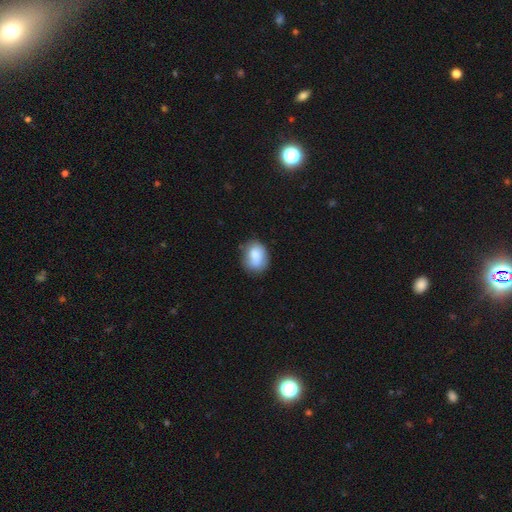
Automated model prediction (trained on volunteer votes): smooth_or_featured: smooth (p=0.82) [alt: featured or disk p=0.11]
how_rounded: in between (p=0.62) [alt: round p=0.37]
merging: none (p=0.68) [alt: minor disturbance p=0.24]